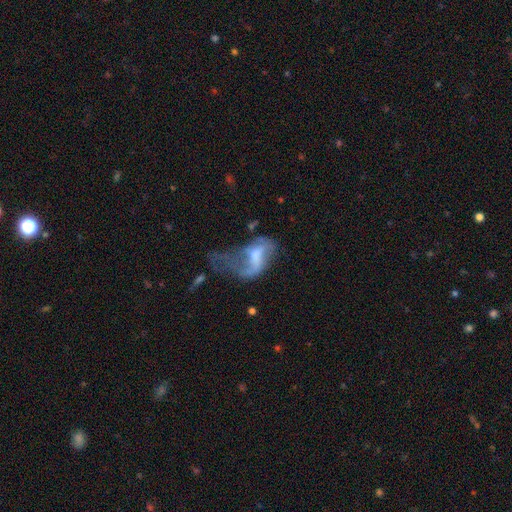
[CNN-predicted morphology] type=featured or disk (58%); edge-on=no (95%); bar=no (50%); spiral arms=yes (52%); bulge=moderate (36%); merging=major disturbance (57%).